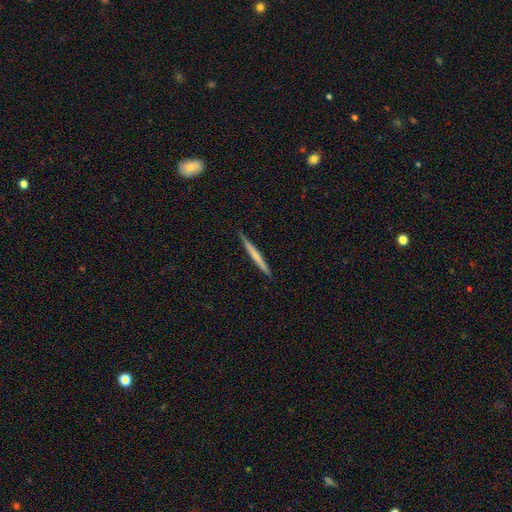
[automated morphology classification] Smooth or featured? Predicted: smooth (p=0.53). How rounded? Predicted: cigar-shaped (p=0.97). Merging? Predicted: none (p=0.90).